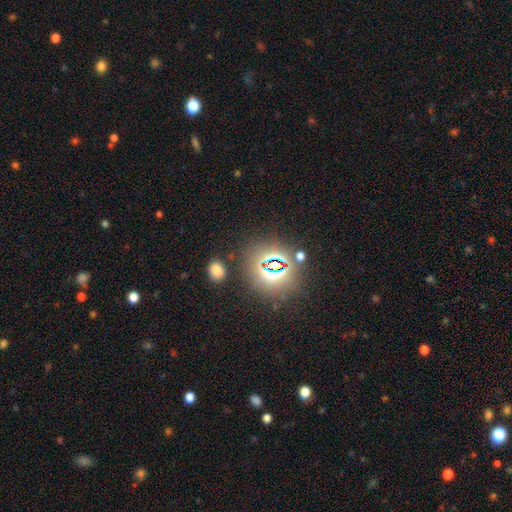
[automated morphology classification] Overall: star or artifact (75%).